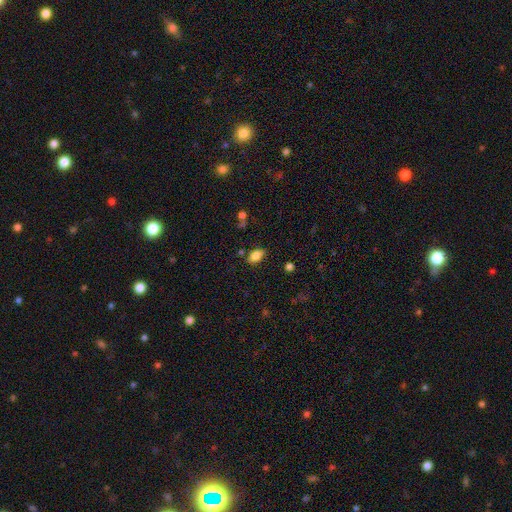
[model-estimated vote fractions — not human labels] Overall: smooth (82%). How rounded: in between (88%). Merging: none (80%).